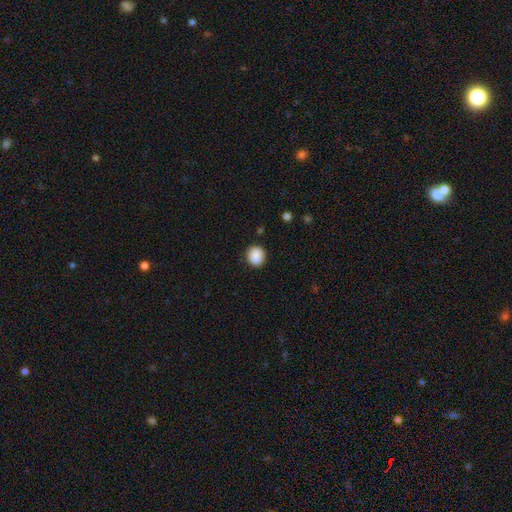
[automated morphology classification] smooth_or_featured: smooth (p=0.88) [alt: star or artifact p=0.09]
how_rounded: round (p=0.81) [alt: in between p=0.18]
merging: none (p=0.87) [alt: minor disturbance p=0.10]